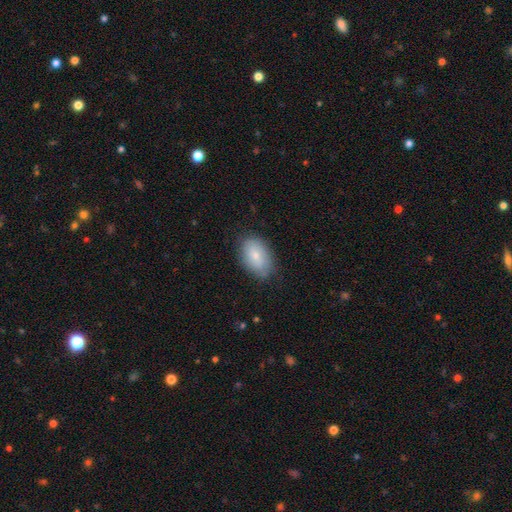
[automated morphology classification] Smooth or featured: smooth — 73% (featured or disk — 20%)
How rounded: in between — 90% (round — 9%)
Merging: none — 79% (minor disturbance — 17%)